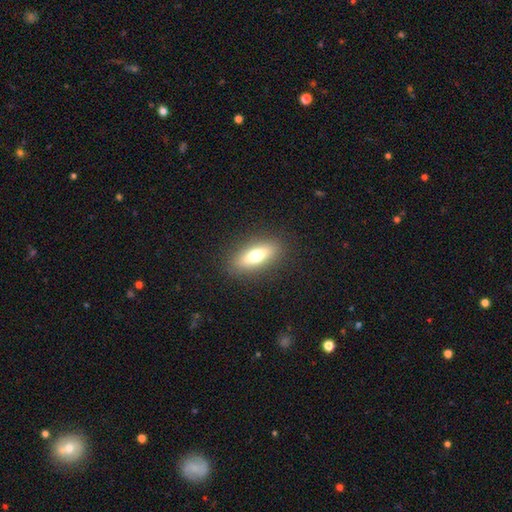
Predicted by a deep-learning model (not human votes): smooth 68%, featured or disk 24%, star or artifact 8%. Down the decision tree: how rounded — in between (66%); merging — none (89%).